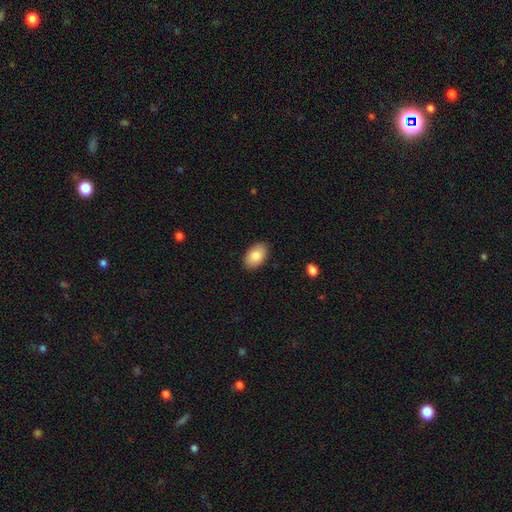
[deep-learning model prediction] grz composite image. It shows a smooth galaxy with no disk features (87%) that is in between round and cigar-shaped (92%). Merging: none (87%).